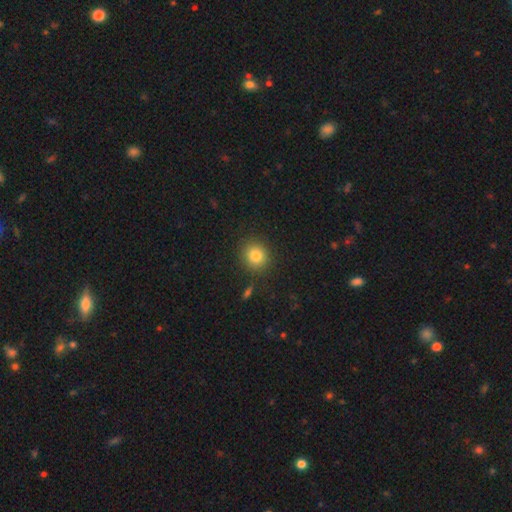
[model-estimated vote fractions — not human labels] Overall: smooth (82%). How rounded: round (85%). Merging: none (87%).